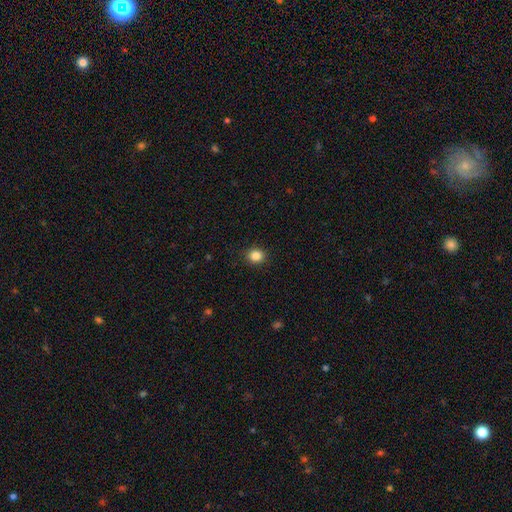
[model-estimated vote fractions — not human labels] smooth-or-featured: smooth: 86% | star or artifact: 11% | featured or disk: 3%
  how-rounded: round: 78% | in between: 21% | cigar-shaped: 1%
  merging: none: 90% | minor disturbance: 7% | major disturbance: 2% | merger: 1%